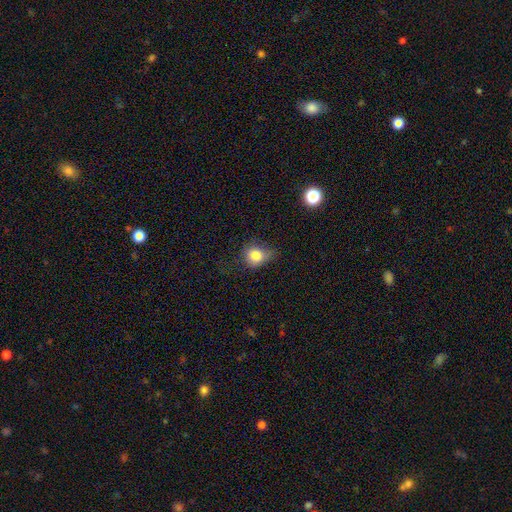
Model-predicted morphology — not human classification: smooth 81%, star or artifact 10%, featured or disk 8%. Down the decision tree: how rounded — round (70%); merging — none (46%).